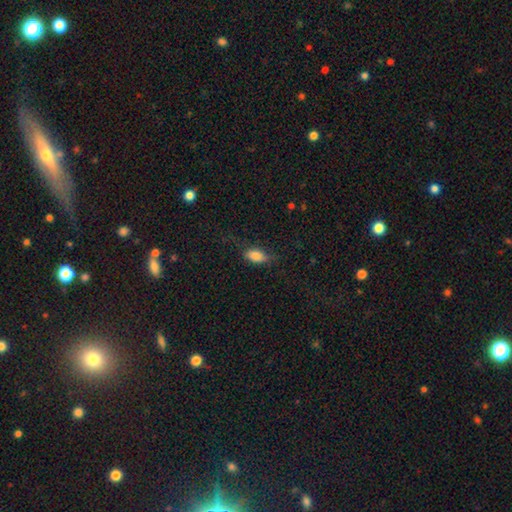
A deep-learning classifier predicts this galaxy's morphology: The model was most divided on "merging": none: 68%, minor disturbance: 22%, major disturbance: 9%, merger: 1%. More confident: how rounded — in between (87%); smooth or featured — smooth (83%).